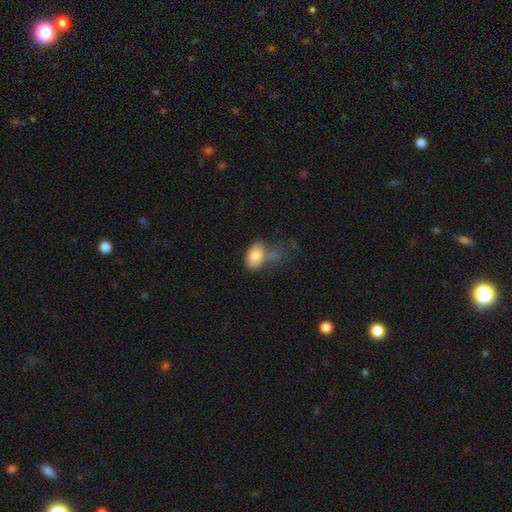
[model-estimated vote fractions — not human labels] The model was most divided on "merging": none: 36%, minor disturbance: 23%, merger: 23%, major disturbance: 18%. More confident: how rounded — in between (90%); smooth or featured — smooth (79%).